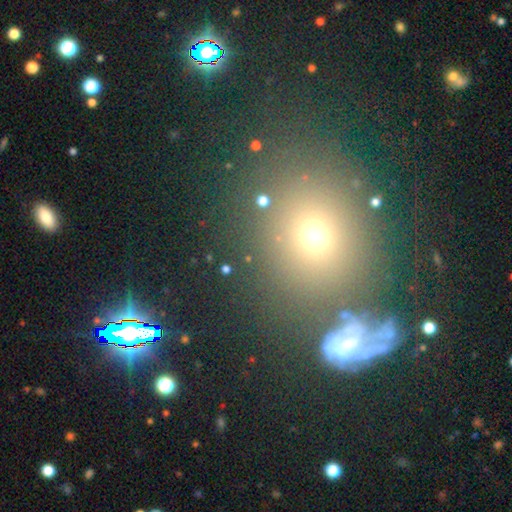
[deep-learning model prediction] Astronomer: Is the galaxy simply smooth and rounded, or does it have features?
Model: smooth — 54% (runner-up: star or artifact, 32%).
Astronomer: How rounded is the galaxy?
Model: round — 76%.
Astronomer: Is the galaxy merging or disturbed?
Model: none — 69%.